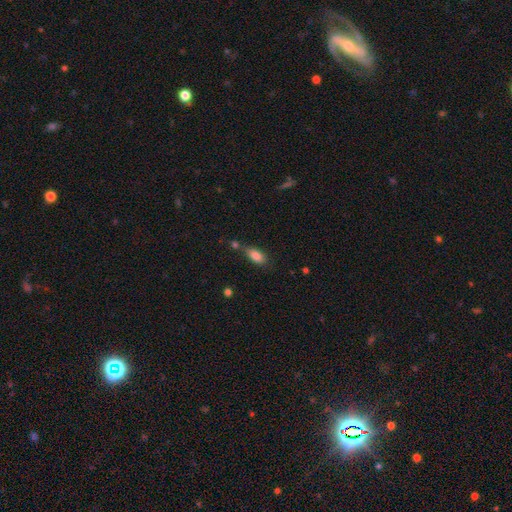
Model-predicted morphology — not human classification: Smooth or featured: smooth — 84% (star or artifact — 8%)
How rounded: in between — 86% (cigar-shaped — 10%)
Merging: none — 63% (minor disturbance — 18%)